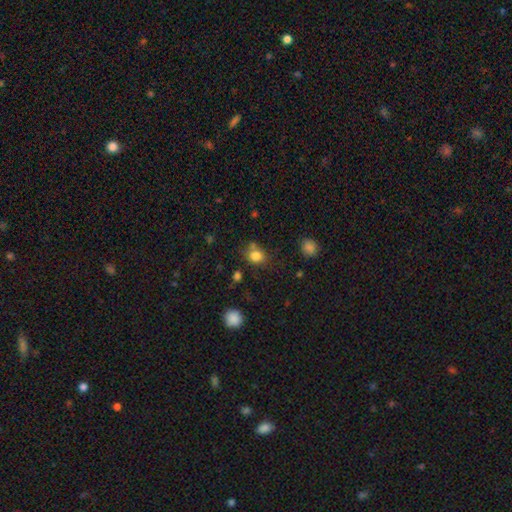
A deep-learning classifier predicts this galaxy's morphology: smooth-or-featured: smooth: 81% | star or artifact: 12% | featured or disk: 6%
  how-rounded: round: 64% | in between: 35% | cigar-shaped: 1%
  merging: none: 62% | minor disturbance: 17% | merger: 15% | major disturbance: 6%